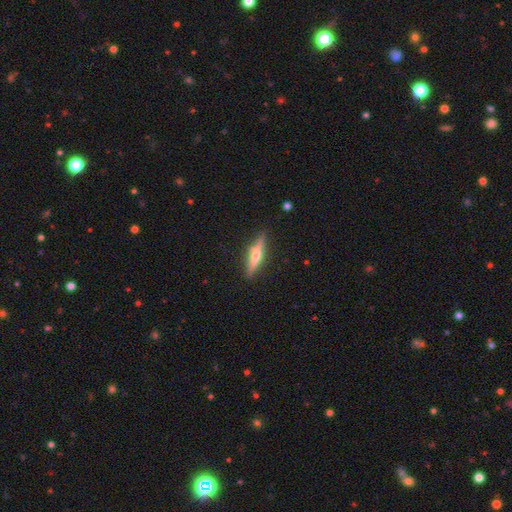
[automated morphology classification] The model was most divided on "smooth or featured": featured or disk: 67%, smooth: 27%, star or artifact: 6%. More confident: edge-on disk — yes (96%); edge-on bulge — rounded (90%); merging — none (88%).